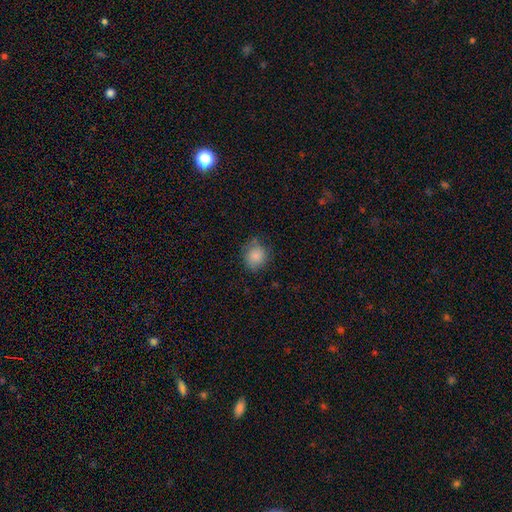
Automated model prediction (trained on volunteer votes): smooth 85%, star or artifact 9%, featured or disk 6%. Down the decision tree: how rounded — round (78%); merging — none (75%).